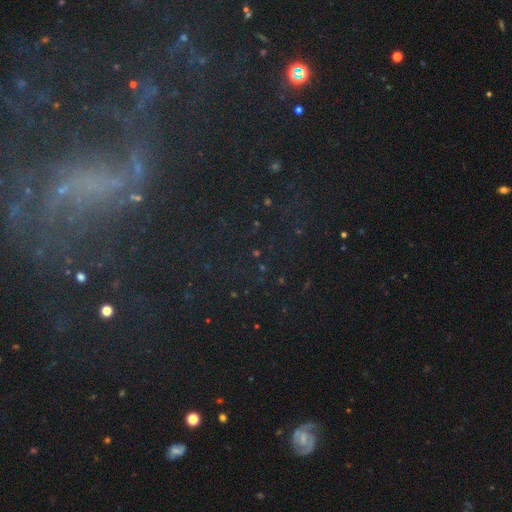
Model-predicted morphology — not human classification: Smooth or featured? featured or disk (47%)
Merging? none (54%)